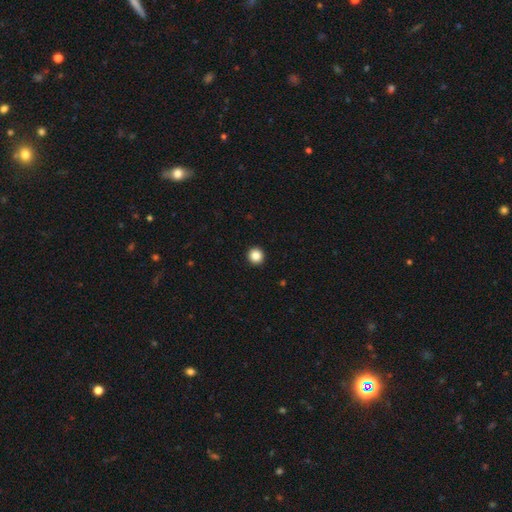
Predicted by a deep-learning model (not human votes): Q: Smooth or featured?
A: smooth (86%); runner-up: star or artifact (10%)
Q: How rounded?
A: round (95%); runner-up: in between (4%)
Q: Merging?
A: none (94%); runner-up: minor disturbance (4%)